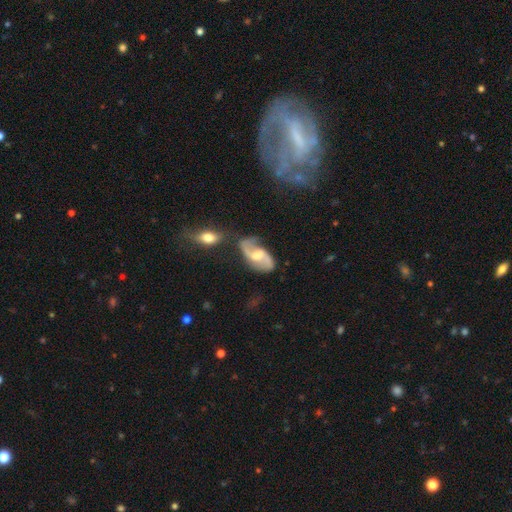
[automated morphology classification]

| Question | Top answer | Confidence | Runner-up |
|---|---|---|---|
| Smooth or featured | featured or disk | 84% | smooth (10%) |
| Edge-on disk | no | 96% | yes (4%) |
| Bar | weak | 48% | no (39%) |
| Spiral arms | yes | 94% | no (6%) |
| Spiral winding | loose | 49% | medium (39%) |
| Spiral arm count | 2 | 91% | can't tell (4%) |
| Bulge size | moderate | 57% | small (28%) |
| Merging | none | 65% | minor disturbance (19%) |